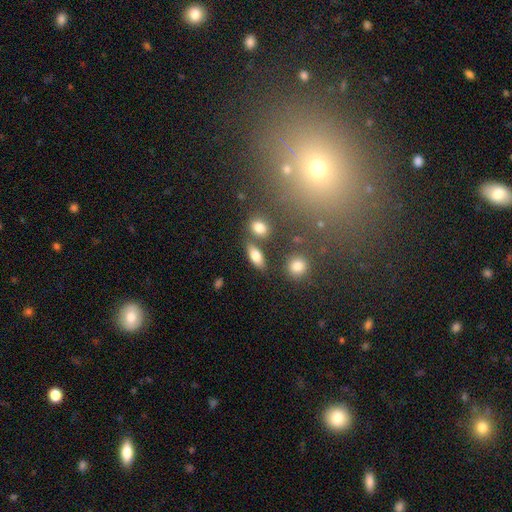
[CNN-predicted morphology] smooth 75%, featured or disk 16%, star or artifact 9%. Down the decision tree: how rounded — in between (77%); merging — none (74%).